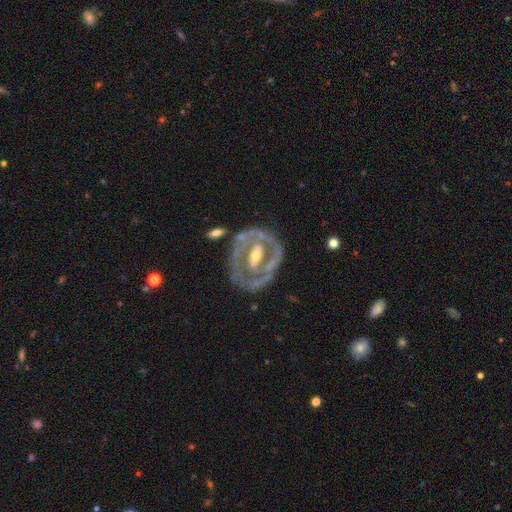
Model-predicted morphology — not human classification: This appears to be a featured or disk galaxy (81%) with a strong bar (34%), no spiral arms (51%) and a moderate central bulge (56%). Merging: none (61%).